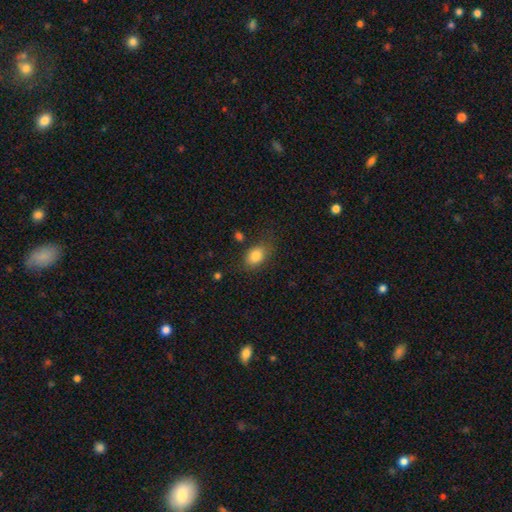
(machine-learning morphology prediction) Smooth or featured?
  - smooth: 84% *
  - star or artifact: 8%
  - featured or disk: 8%
How rounded?
  - in between: 78% *
  - round: 20%
  - cigar-shaped: 1%
Merging?
  - none: 70% *
  - minor disturbance: 20%
  - major disturbance: 6%
  - merger: 3%